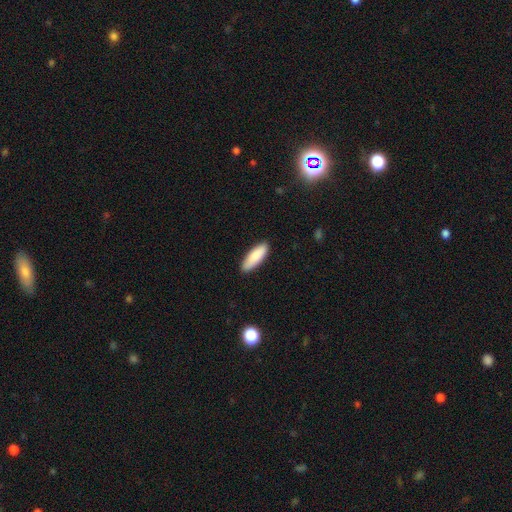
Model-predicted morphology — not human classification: type=smooth (87%); roundness=in between (56%); merging=none (88%).